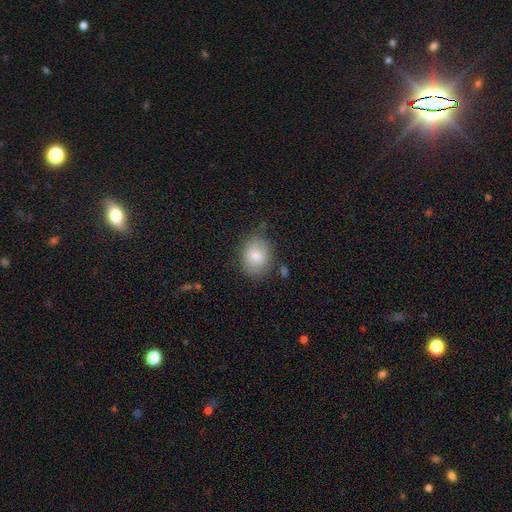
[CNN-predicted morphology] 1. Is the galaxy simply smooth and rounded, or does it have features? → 80% smooth, 12% featured or disk, 8% star or artifact.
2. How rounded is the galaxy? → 51% in between, 48% round, 1% cigar-shaped.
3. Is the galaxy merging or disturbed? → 77% none, 16% minor disturbance, 4% major disturbance, 3% merger.